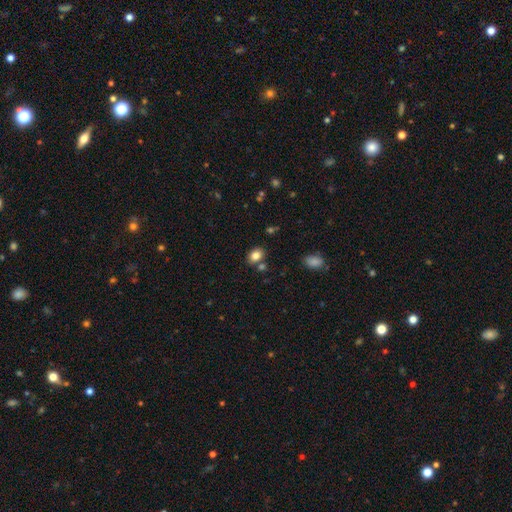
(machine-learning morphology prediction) This appears to be a smooth galaxy with no disk features (83%) that is in between round and cigar-shaped (67%). Merging: none (75%).